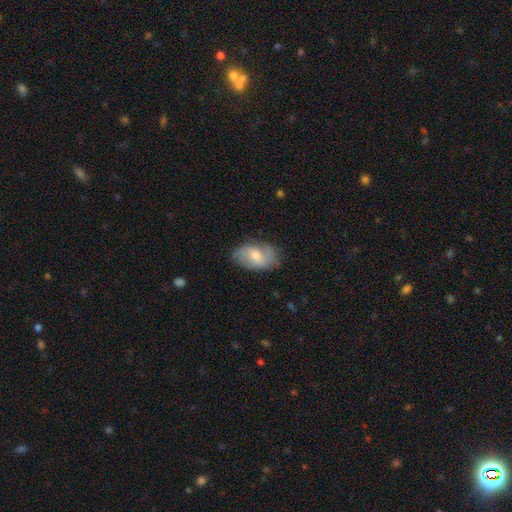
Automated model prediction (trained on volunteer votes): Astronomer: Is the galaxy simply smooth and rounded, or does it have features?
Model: smooth — 52% (runner-up: featured or disk, 41%).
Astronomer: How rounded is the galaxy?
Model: in between — 91%.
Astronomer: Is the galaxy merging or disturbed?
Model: none — 73%.